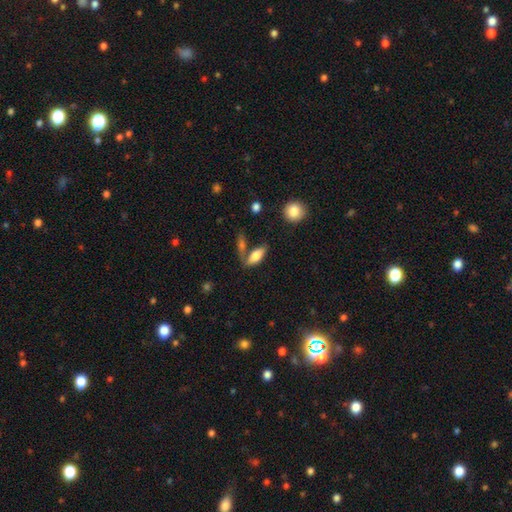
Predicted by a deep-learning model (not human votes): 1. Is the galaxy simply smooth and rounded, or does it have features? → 76% smooth, 17% featured or disk, 7% star or artifact.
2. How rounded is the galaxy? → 78% in between, 19% cigar-shaped, 3% round.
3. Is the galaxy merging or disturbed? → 54% none, 24% merger, 16% minor disturbance, 7% major disturbance.